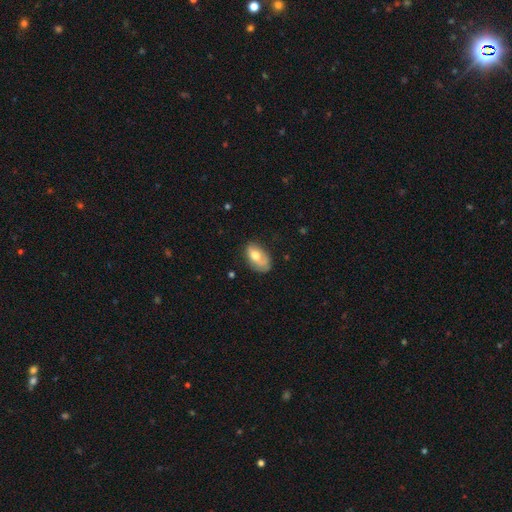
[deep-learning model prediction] This appears to be a smooth galaxy with no disk features (68%) that is in between round and cigar-shaped (91%). Merging: none (55%).